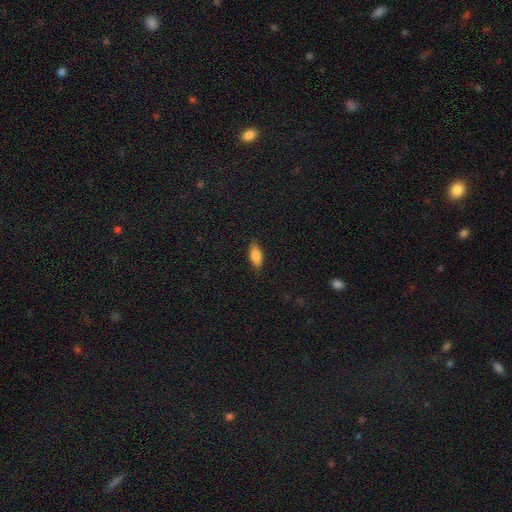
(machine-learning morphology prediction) type=smooth (81%); roundness=in between (80%); merging=none (85%).